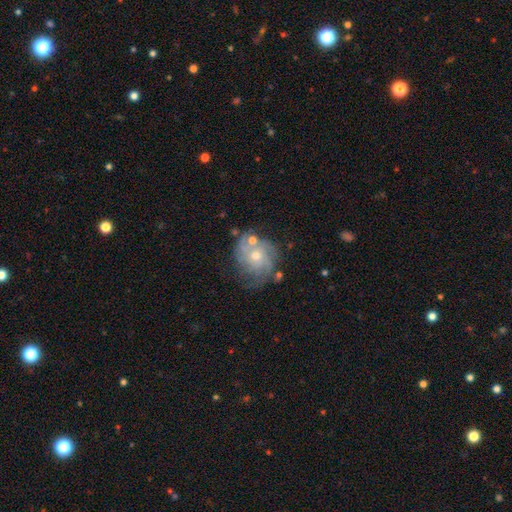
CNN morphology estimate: featured or disk 71%, smooth 20%, star or artifact 9%. Down the decision tree: edge-on disk — no (98%); bar — no (80%); spiral arms — yes (86%); spiral arm count — can't tell (38%); spiral winding — tight (53%); bulge size — moderate (51%); merging — none (59%).